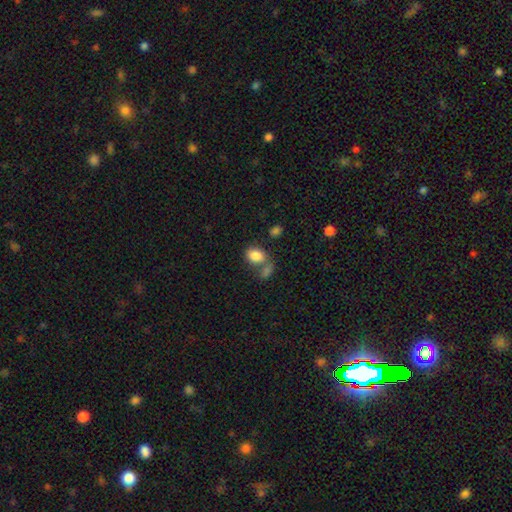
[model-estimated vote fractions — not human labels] Q: Smooth or featured?
A: smooth (84%); runner-up: star or artifact (9%)
Q: How rounded?
A: in between (72%); runner-up: round (27%)
Q: Merging?
A: none (47%); runner-up: merger (33%)